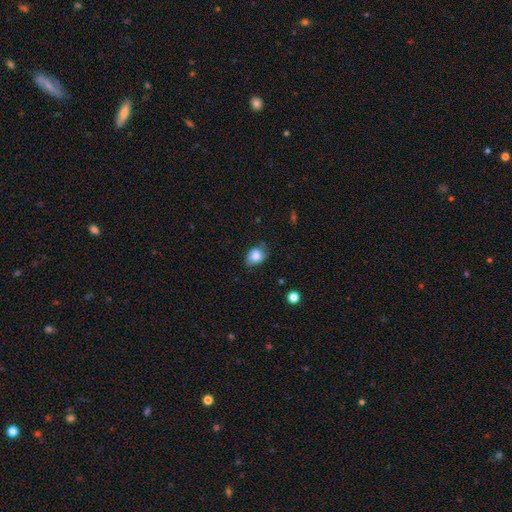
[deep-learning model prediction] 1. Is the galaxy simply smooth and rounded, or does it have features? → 76% smooth, 15% featured or disk, 9% star or artifact.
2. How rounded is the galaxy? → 59% in between, 40% round, 1% cigar-shaped.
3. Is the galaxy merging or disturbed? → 64% none, 28% minor disturbance, 7% major disturbance, 1% merger.